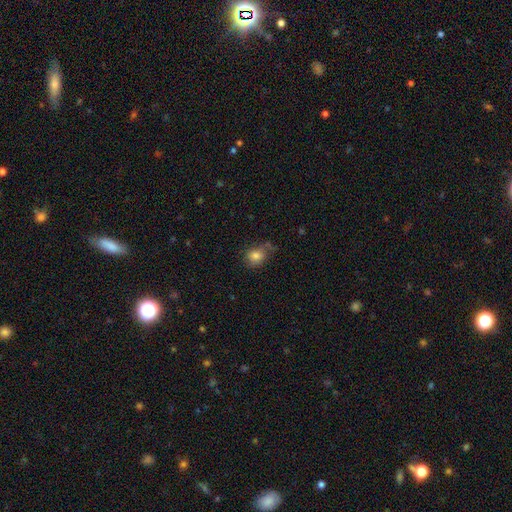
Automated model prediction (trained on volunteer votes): Overall: smooth (80%). How rounded: round (55%; in between 44%). Merging: none (58%; minor disturbance 26%).